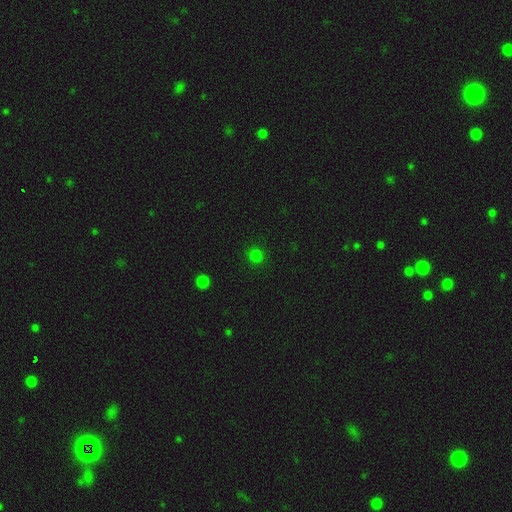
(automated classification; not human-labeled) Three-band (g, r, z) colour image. It shows a smooth galaxy with no disk features (78%) that is round (93%). Merging: none (91%).